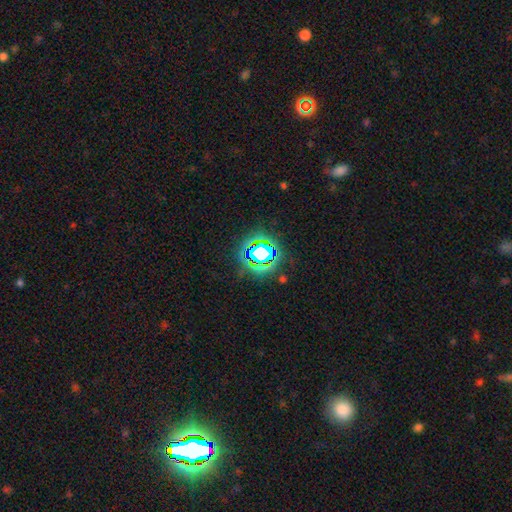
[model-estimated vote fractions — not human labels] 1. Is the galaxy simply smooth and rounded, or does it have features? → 74% star or artifact, 16% smooth, 10% featured or disk.